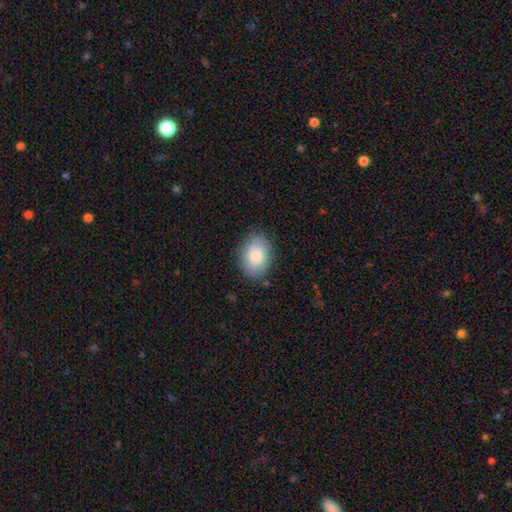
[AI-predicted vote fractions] Q: Smooth or featured?
A: smooth (85%); runner-up: featured or disk (9%)
Q: How rounded?
A: in between (76%); runner-up: round (23%)
Q: Merging?
A: none (81%); runner-up: minor disturbance (14%)